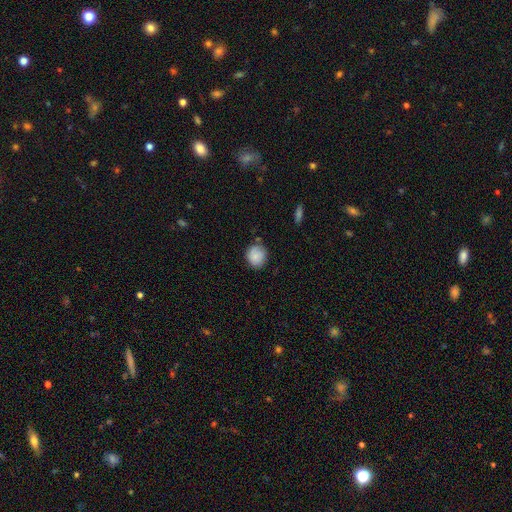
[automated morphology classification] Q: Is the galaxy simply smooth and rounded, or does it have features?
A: smooth — 81%.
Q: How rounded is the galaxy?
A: round — 82%.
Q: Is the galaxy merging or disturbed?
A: none — 74%.